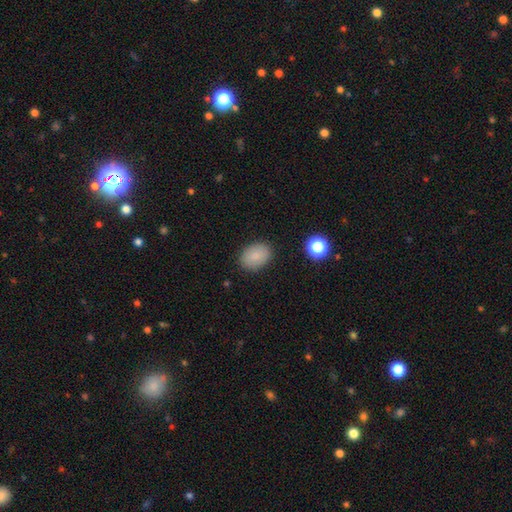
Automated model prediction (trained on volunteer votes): A smooth galaxy with no disk features (85%) that is in between round and cigar-shaped (79%).

Vote fractions:
- Smooth or featured? smooth: 85% / star or artifact: 9% / featured or disk: 6%
- How rounded? in between: 79% / round: 20% / cigar-shaped: 1%
- Merging? none: 87% / minor disturbance: 10% / major disturbance: 3% / merger: 1%